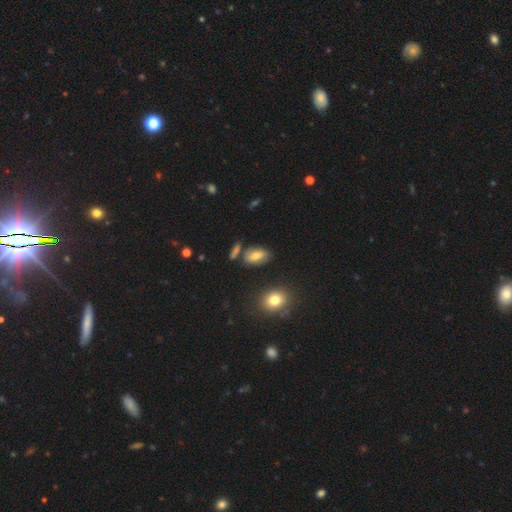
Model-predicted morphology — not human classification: Smooth or featured: smooth — 68% (featured or disk — 21%)
How rounded: in between — 86% (round — 10%)
Merging: none — 70% (minor disturbance — 16%)